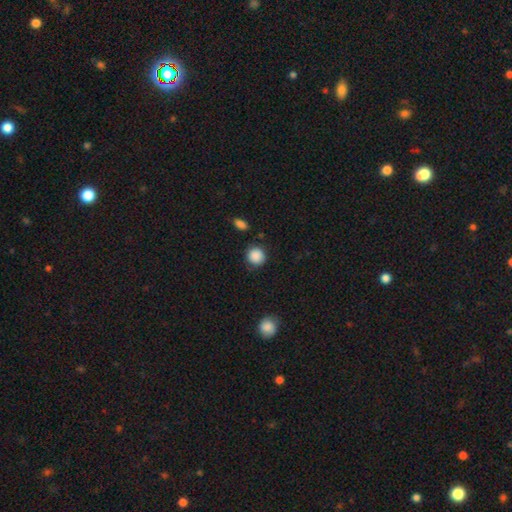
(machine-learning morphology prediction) Smooth or featured? smooth (88%)
How rounded? round (89%)
Merging? none (85%)